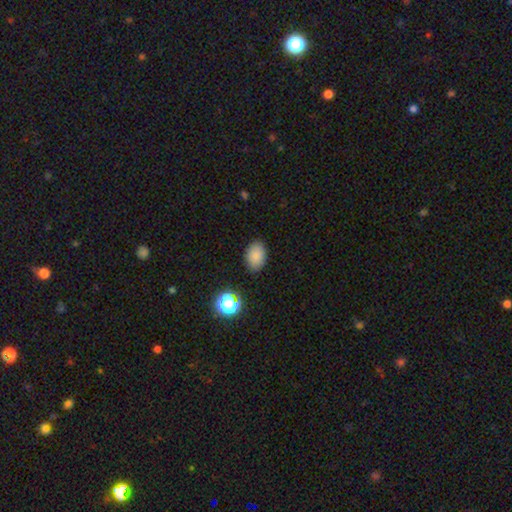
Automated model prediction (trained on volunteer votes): smooth_or_featured: smooth (p=0.85) [alt: star or artifact p=0.11]
how_rounded: in between (p=0.83) [alt: round p=0.16]
merging: none (p=0.86) [alt: minor disturbance p=0.10]